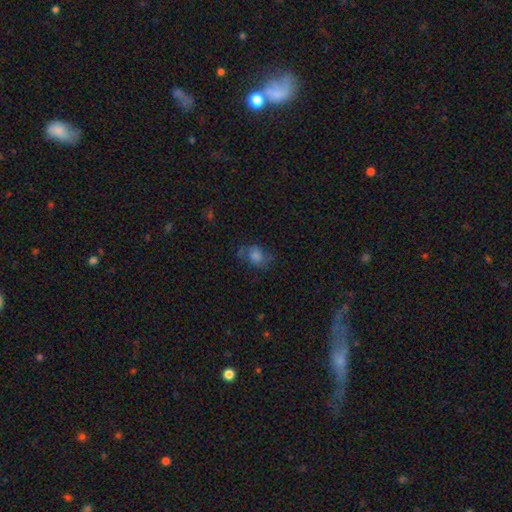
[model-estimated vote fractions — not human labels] This appears to be a smooth galaxy with no disk features (59%) that is round (50%). Merging: none (60%).